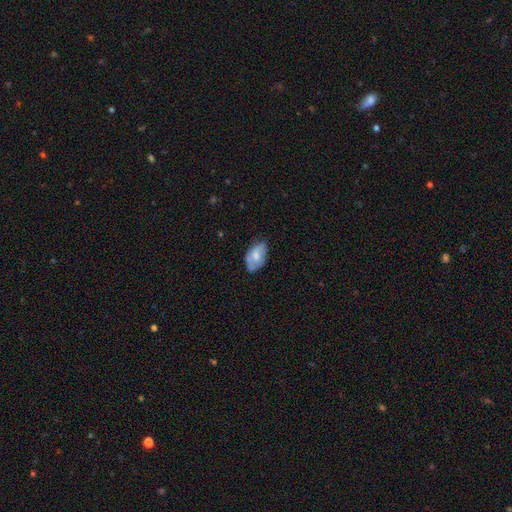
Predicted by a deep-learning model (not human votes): smooth 59%, featured or disk 34%, star or artifact 7%. Down the decision tree: how rounded — in between (92%); merging — none (58%).